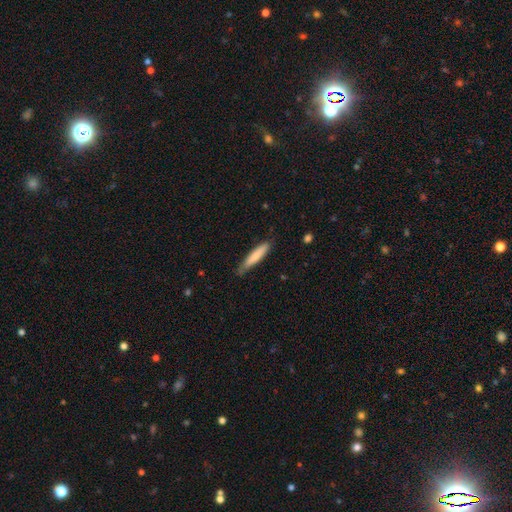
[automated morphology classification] smooth_or_featured: smooth (p=0.75) [alt: featured or disk p=0.19]
how_rounded: cigar-shaped (p=0.88) [alt: in between p=0.11]
merging: none (p=0.74) [alt: minor disturbance p=0.22]